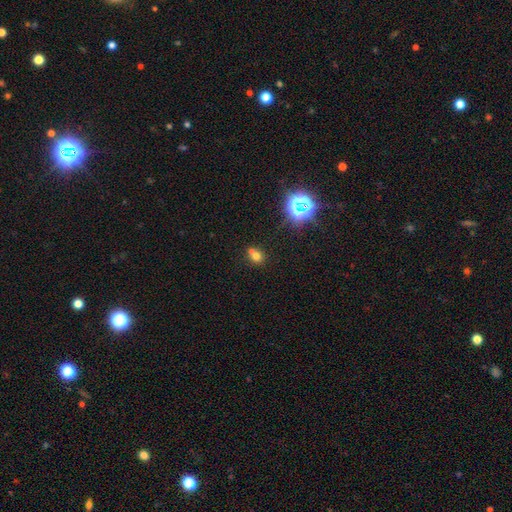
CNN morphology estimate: smooth 65%, star or artifact 22%, featured or disk 12%. Down the decision tree: how rounded — round (70%); merging — merger (44%, tied with none).